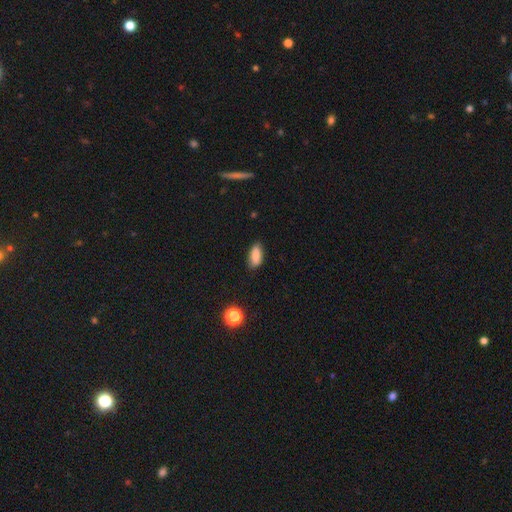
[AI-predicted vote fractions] A smooth galaxy with no disk features (85%) that is in between round and cigar-shaped (87%).

Vote fractions:
- Smooth or featured? smooth: 85% / star or artifact: 8% / featured or disk: 7%
- How rounded? in between: 87% / cigar-shaped: 9% / round: 4%
- Merging? none: 81% / minor disturbance: 15% / major disturbance: 3% / merger: 1%